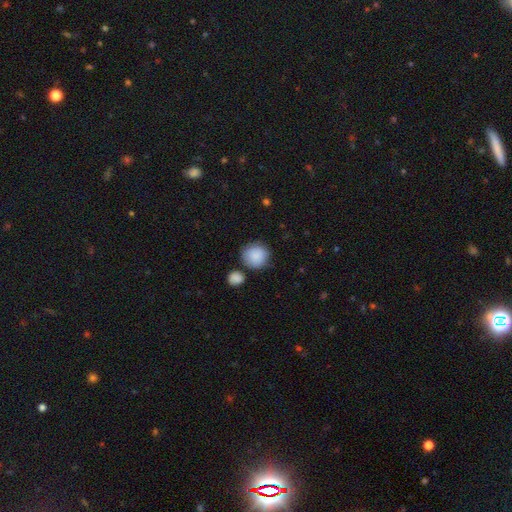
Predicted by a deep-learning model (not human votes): Smooth or featured? smooth (88%)
How rounded? round (89%)
Merging? none (75%)